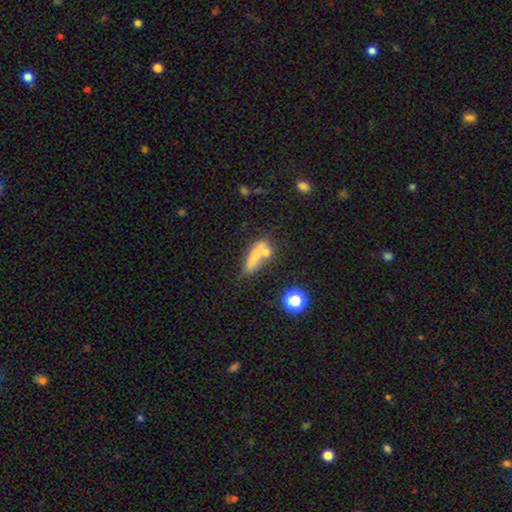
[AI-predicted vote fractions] This appears to be a smooth galaxy with no disk features (60%) that is cigar-shaped (47%). Merging: none (37%).